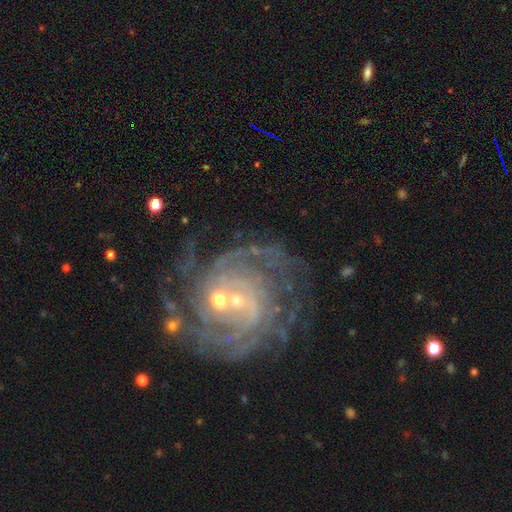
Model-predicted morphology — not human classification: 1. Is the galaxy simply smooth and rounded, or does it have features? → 88% featured or disk, 8% star or artifact, 4% smooth.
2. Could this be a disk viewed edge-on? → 97% no, 3% yes.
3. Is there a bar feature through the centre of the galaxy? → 45% no, 40% weak, 15% strong.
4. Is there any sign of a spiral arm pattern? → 97% yes, 3% no.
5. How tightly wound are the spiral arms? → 69% tight, 26% medium, 5% loose.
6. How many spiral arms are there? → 24% can't tell, 20% 4, 18% 3, 16% 2, 15% more than 4, 8% 1.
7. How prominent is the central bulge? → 68% small, 26% moderate, 3% none, 2% large, 1% dominant.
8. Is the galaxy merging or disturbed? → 67% none, 16% minor disturbance, 10% major disturbance, 7% merger.